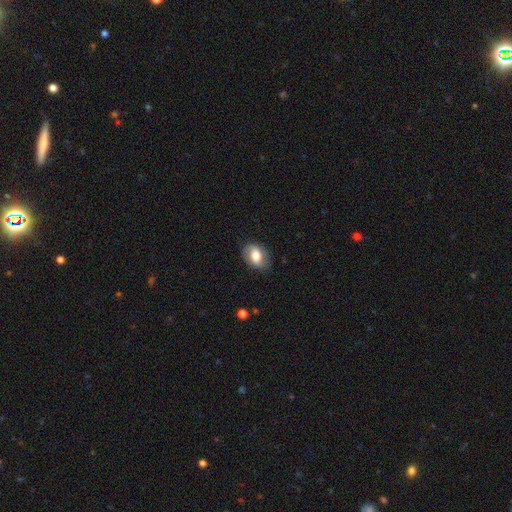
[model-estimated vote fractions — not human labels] Overall: smooth (59%; featured or disk 34%). How rounded: in between (81%). Merging: none (79%).